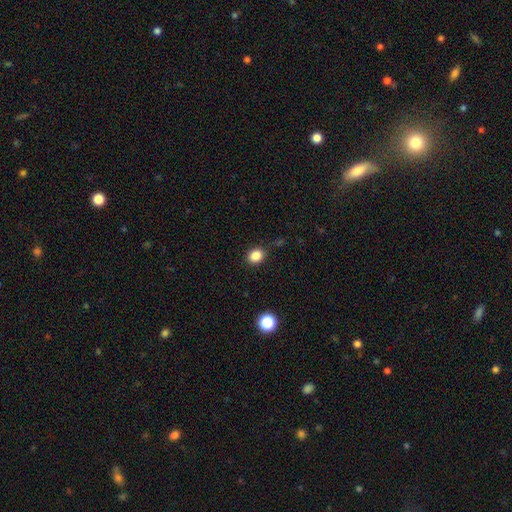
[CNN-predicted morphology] Overall: smooth (85%). How rounded: round (63%; in between 36%). Merging: none (84%).